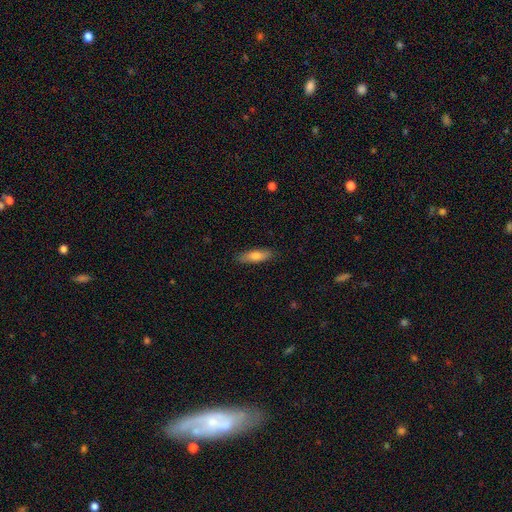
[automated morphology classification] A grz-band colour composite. It shows a smooth galaxy with no disk features (74%) that is cigar-shaped (58%). Merging: none (87%).